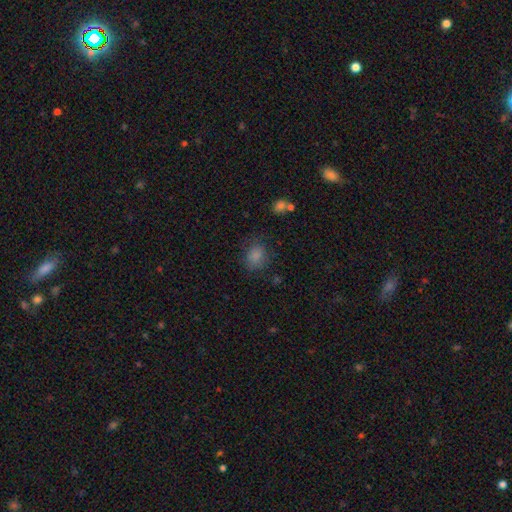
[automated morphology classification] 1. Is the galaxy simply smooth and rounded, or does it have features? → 82% smooth, 12% star or artifact, 6% featured or disk.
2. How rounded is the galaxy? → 56% round, 43% in between, 1% cigar-shaped.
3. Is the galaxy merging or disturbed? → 74% none, 17% minor disturbance, 7% major disturbance, 2% merger.